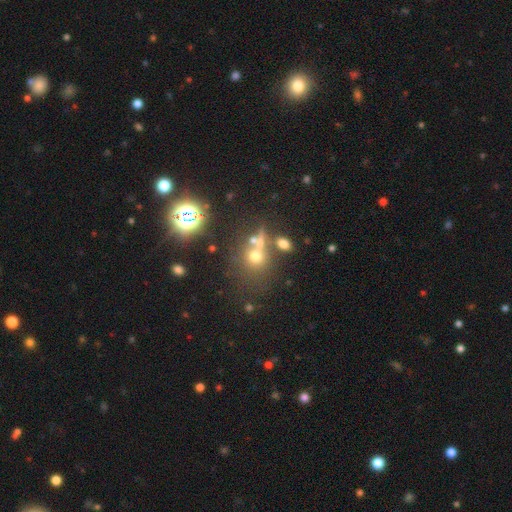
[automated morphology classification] smooth 57%, star or artifact 26%, featured or disk 17%. Down the decision tree: how rounded — round (77%); merging — none (49%).